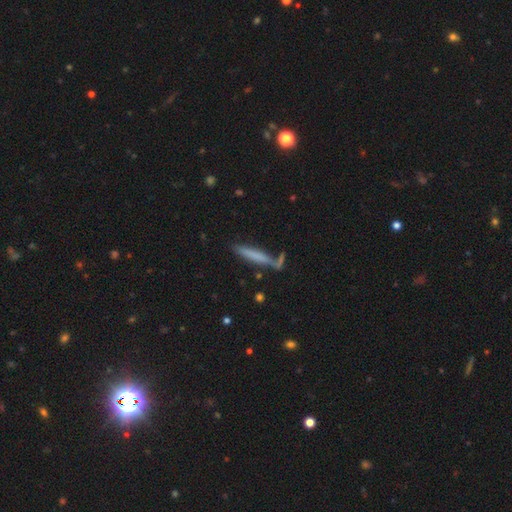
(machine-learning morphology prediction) The model was most divided on "smooth or featured": smooth: 61%, featured or disk: 32%, star or artifact: 7%. More confident: how rounded — cigar-shaped (93%); merging — none (69%).